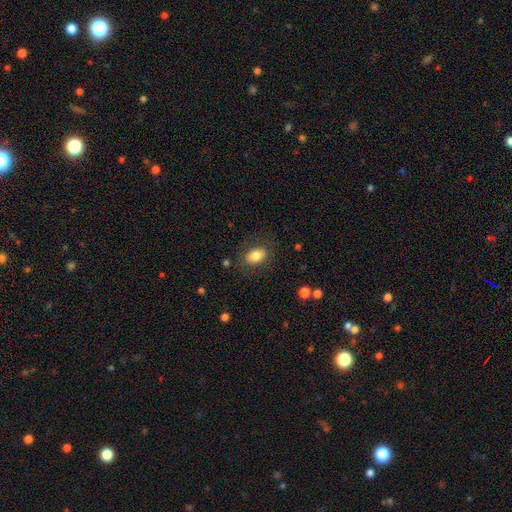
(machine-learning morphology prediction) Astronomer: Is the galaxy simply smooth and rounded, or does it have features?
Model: smooth — 78%.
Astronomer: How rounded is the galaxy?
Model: in between — 82%.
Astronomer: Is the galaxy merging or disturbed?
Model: none — 81%.